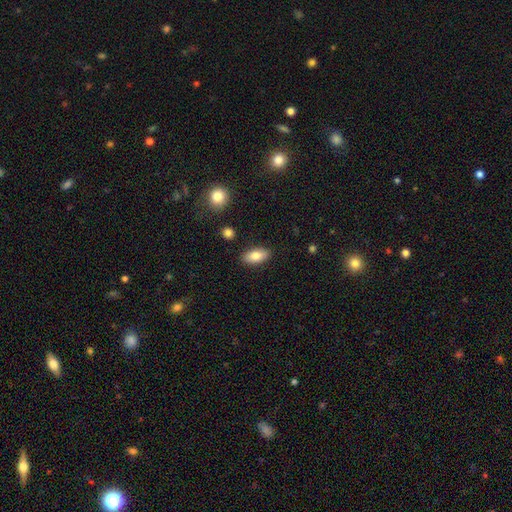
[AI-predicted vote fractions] Smooth or featured? Predicted: smooth (p=0.82). How rounded? Predicted: in between (p=0.89). Merging? Predicted: none (p=0.88).